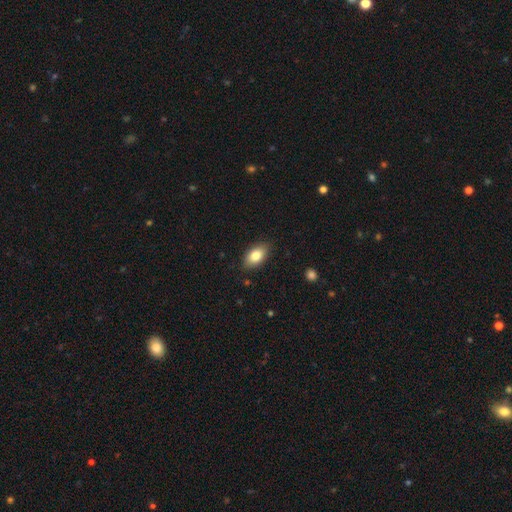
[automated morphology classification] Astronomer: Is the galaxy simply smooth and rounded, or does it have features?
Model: smooth — 82%.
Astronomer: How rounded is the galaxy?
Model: in between — 91%.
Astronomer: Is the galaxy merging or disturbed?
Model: none — 86%.